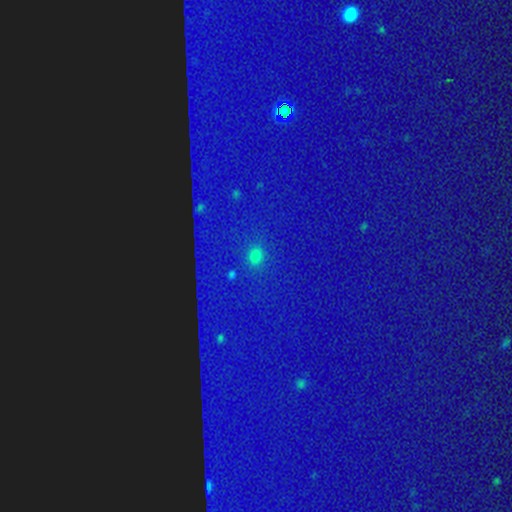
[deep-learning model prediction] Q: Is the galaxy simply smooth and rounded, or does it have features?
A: star or artifact — 80%.